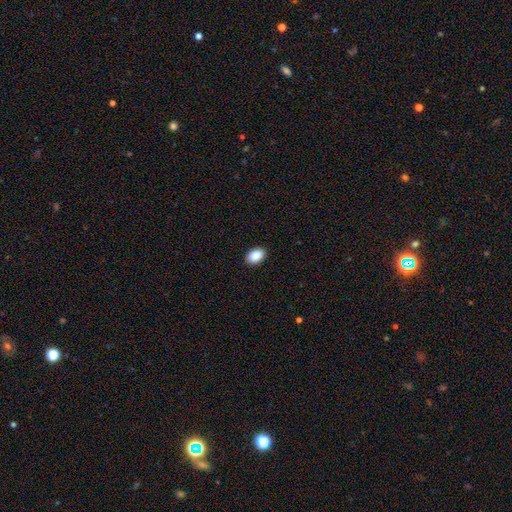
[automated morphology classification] This is clearly a smooth galaxy (90%). How rounded: clearly in between (88%). Merging: clearly none (91%).